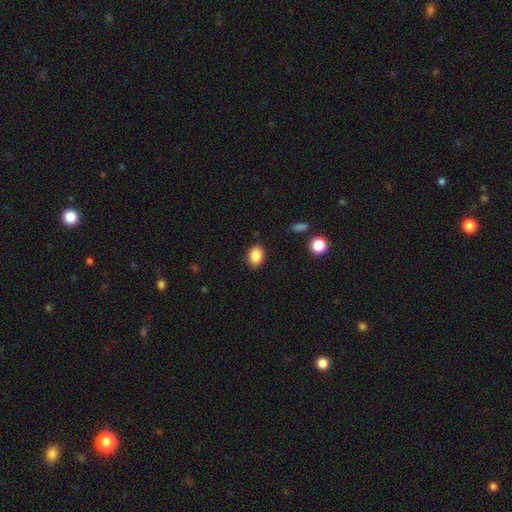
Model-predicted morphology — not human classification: smooth_or_featured: smooth (p=0.86) [alt: star or artifact p=0.09]
how_rounded: in between (p=0.68) [alt: round p=0.31]
merging: none (p=0.87) [alt: minor disturbance p=0.09]